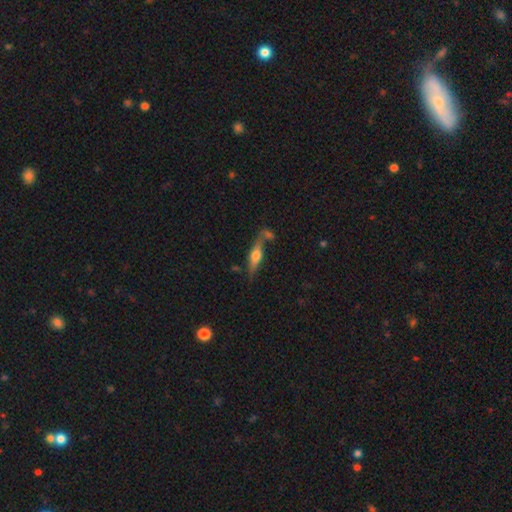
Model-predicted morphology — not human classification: Smooth or featured?
  - featured or disk: 56% *
  - smooth: 37%
  - star or artifact: 7%
Edge-on disk?
  - yes: 89% *
  - no: 11%
Merging?
  - none: 59% *
  - merger: 18%
  - minor disturbance: 16%
  - major disturbance: 7%